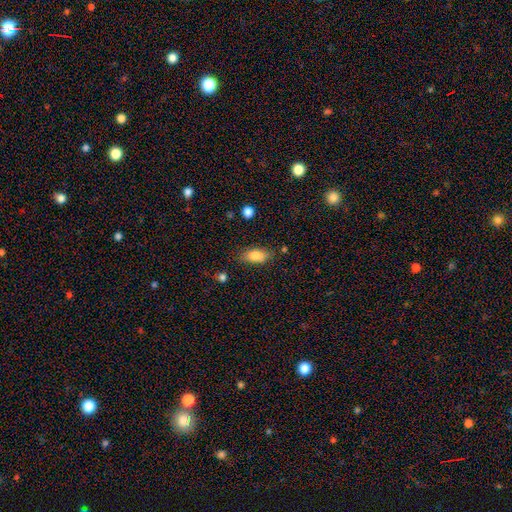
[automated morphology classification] Smooth or featured? Predicted: smooth (p=0.81). How rounded? Predicted: in between (p=0.85). Merging? Predicted: none (p=0.79).